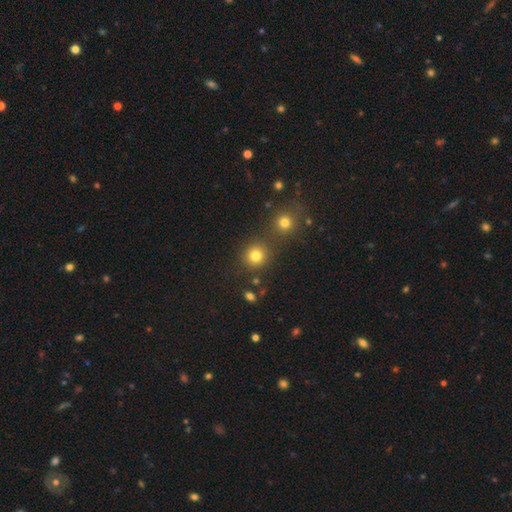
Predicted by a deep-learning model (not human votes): Smooth or featured?
  - smooth: 79% *
  - star or artifact: 15%
  - featured or disk: 6%
How rounded?
  - round: 89% *
  - in between: 10%
  - cigar-shaped: 1%
Merging?
  - none: 74% *
  - merger: 15%
  - minor disturbance: 7%
  - major disturbance: 3%